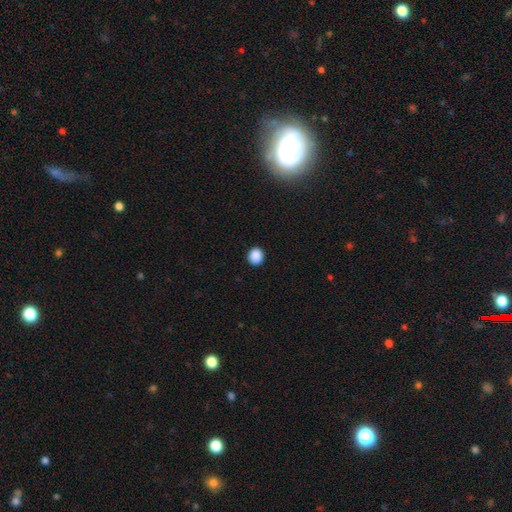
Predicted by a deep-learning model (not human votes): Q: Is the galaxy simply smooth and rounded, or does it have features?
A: smooth — 89%.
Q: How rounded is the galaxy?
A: round — 82%.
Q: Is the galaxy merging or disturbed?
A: none — 92%.